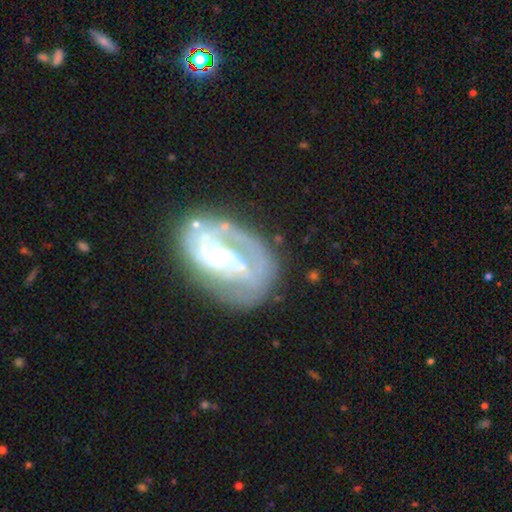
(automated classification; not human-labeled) A featured or disk galaxy (79%) with no bar (49%), 2 (40%) tight (41%) spiral arms (76%) and a small central bulge (53%). Merging: none (54%).